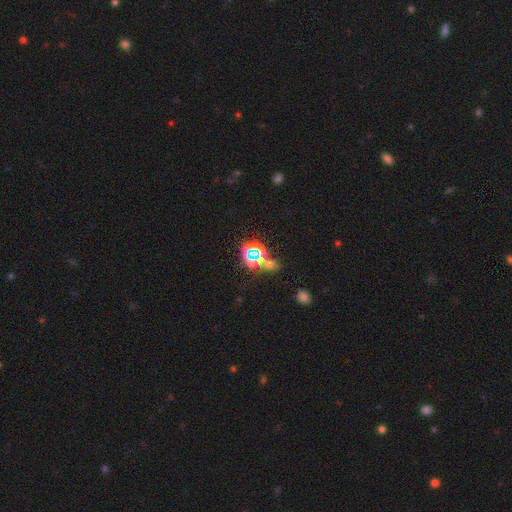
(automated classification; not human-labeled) This is possibly a star or artifact rather than a galaxy (56%).